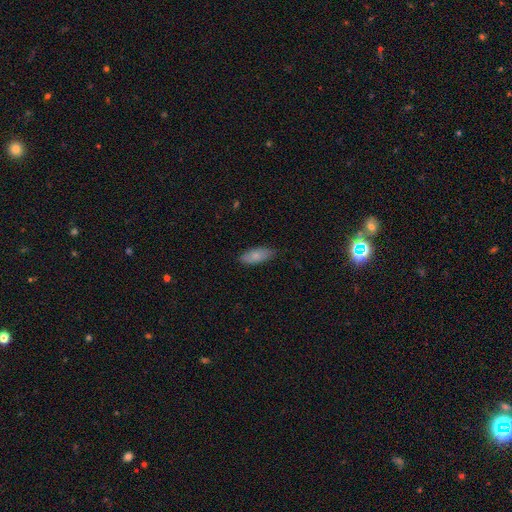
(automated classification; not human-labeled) Smooth or featured? smooth (80%)
How rounded? in between (82%)
Merging? none (80%)